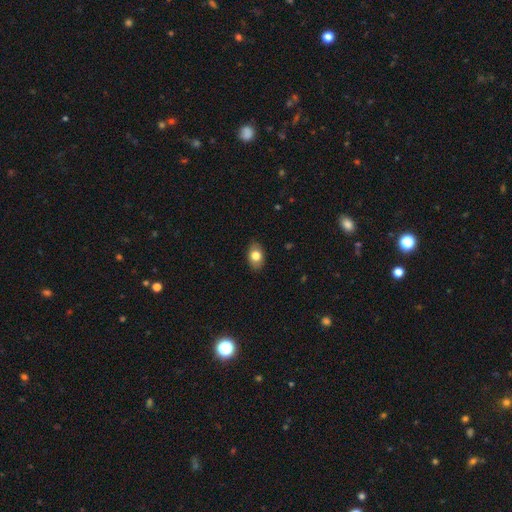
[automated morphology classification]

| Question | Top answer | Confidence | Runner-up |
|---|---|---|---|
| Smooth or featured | smooth | 77% | featured or disk (15%) |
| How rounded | in between | 84% | round (15%) |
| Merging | none | 86% | minor disturbance (11%) |